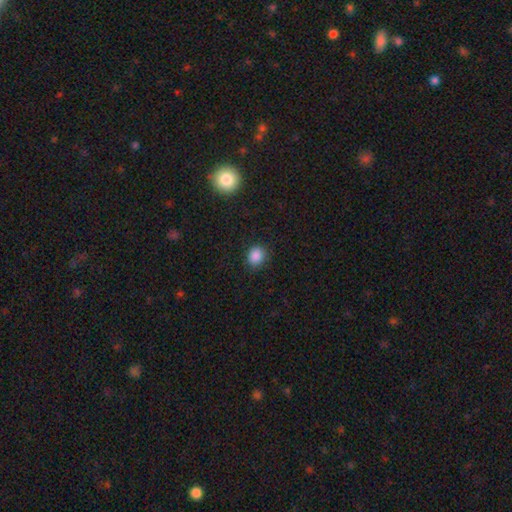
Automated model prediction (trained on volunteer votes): smooth-or-featured: smooth: 86% | star or artifact: 10% | featured or disk: 3%
  how-rounded: round: 71% | in between: 28% | cigar-shaped: 1%
  merging: none: 86% | minor disturbance: 10% | major disturbance: 3% | merger: 1%